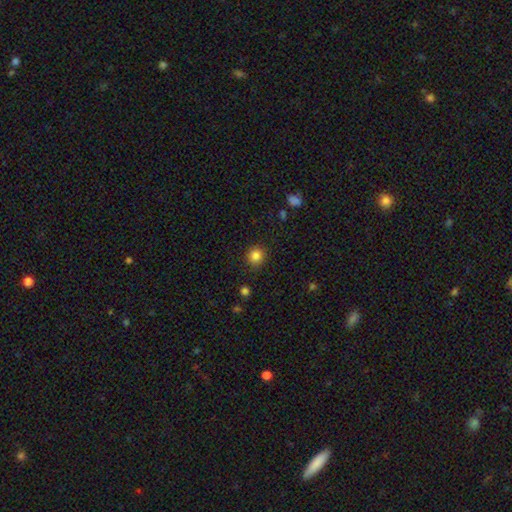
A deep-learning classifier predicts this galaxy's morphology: This appears to be a smooth galaxy with no disk features (84%) that is round (92%). Merging: none (89%).